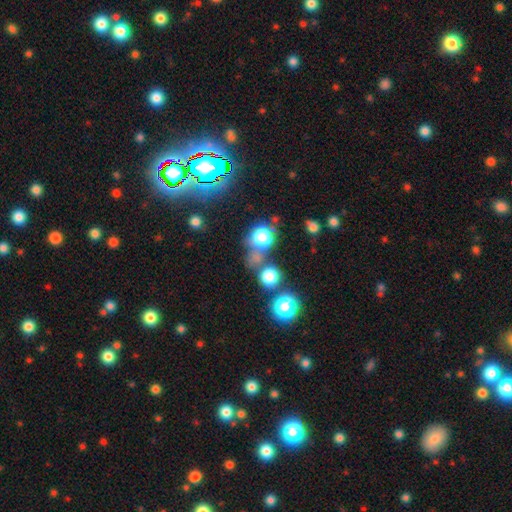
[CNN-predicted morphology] smooth 64%, star or artifact 26%, featured or disk 10%. Down the decision tree: how rounded — round (83%); merging — none (54%).